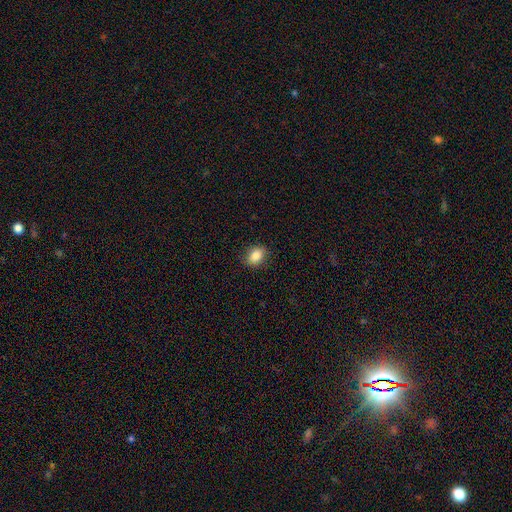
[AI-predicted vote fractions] This is clearly a smooth galaxy (85%). How rounded: likely in between (67%). Merging: clearly none (87%).